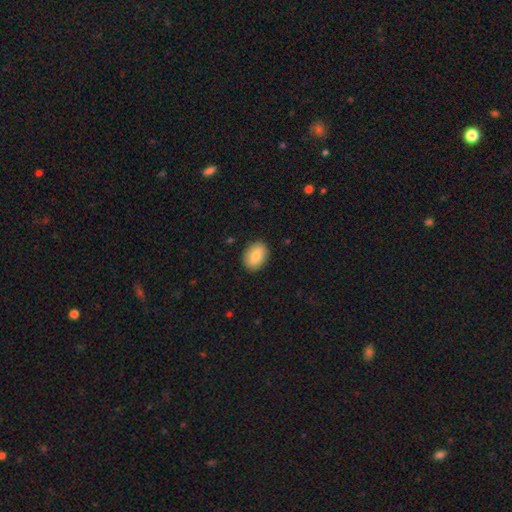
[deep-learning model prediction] A smooth galaxy with no disk features (79%) that is in between round and cigar-shaped (78%).

Vote fractions:
- Smooth or featured? smooth: 79% / featured or disk: 14% / star or artifact: 7%
- How rounded? in between: 78% / round: 21% / cigar-shaped: 1%
- Merging? none: 88% / minor disturbance: 9% / major disturbance: 2% / merger: 1%